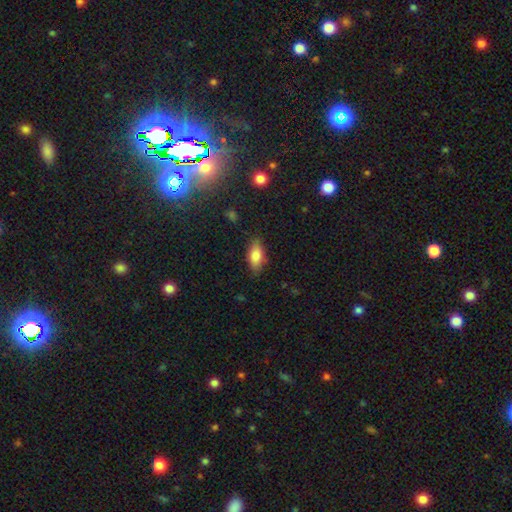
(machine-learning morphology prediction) smooth_or_featured: smooth (p=0.80) [alt: featured or disk p=0.12]
how_rounded: in between (p=0.84) [alt: cigar-shaped p=0.13]
merging: none (p=0.81) [alt: minor disturbance p=0.15]